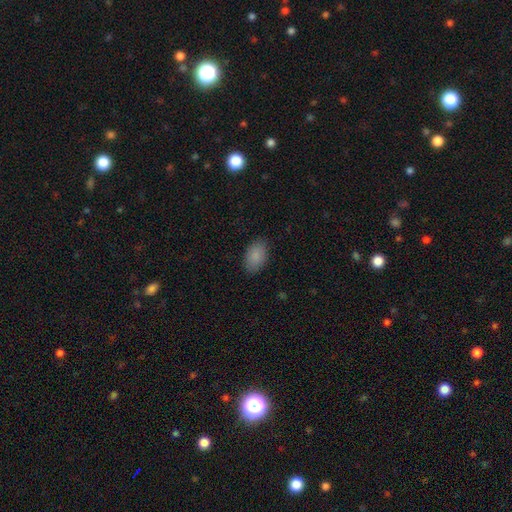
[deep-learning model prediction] This appears to be a smooth galaxy with no disk features (89%) that is in between round and cigar-shaped (92%). Merging: none (86%).